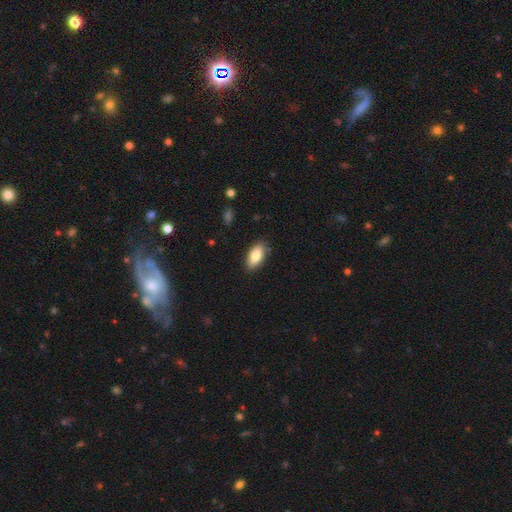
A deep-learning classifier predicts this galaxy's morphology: smooth-or-featured: smooth: 84% | featured or disk: 9% | star or artifact: 7%
  how-rounded: in between: 90% | cigar-shaped: 7% | round: 3%
  merging: none: 86% | minor disturbance: 11% | major disturbance: 2% | merger: 1%